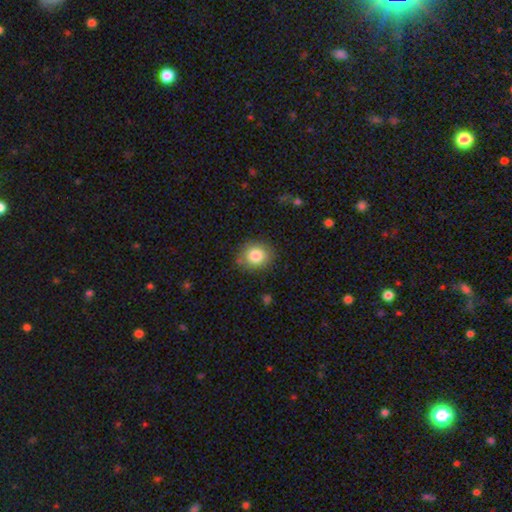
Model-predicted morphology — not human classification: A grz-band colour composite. It shows a smooth galaxy with no disk features (83%) that is round (76%). Merging: none (85%).